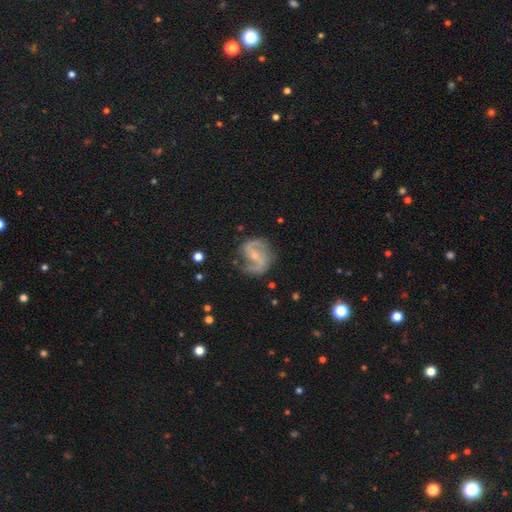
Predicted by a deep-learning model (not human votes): Smooth or featured? Predicted: featured or disk (p=0.88). Edge-on disk? Predicted: no (p=0.98). Bar? Predicted: weak (p=0.42). Spiral arms? Predicted: yes (p=0.96). Spiral winding? Predicted: medium (p=0.50). Spiral arm count? Predicted: 2 (p=0.91). Bulge size? Predicted: small (p=0.64). Merging? Predicted: none (p=0.73).